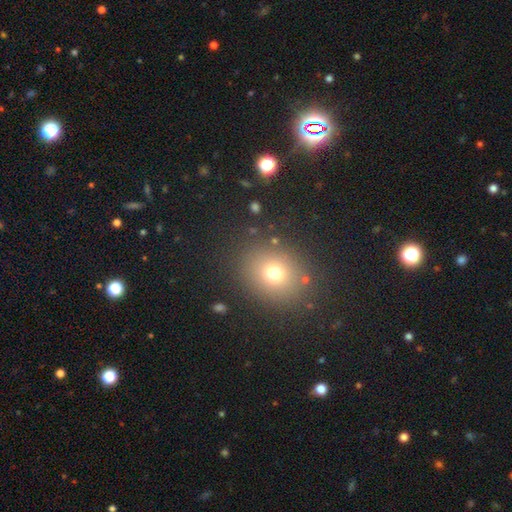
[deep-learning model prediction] Smooth or featured? smooth (57%)
How rounded? round (65%)
Merging? none (88%)